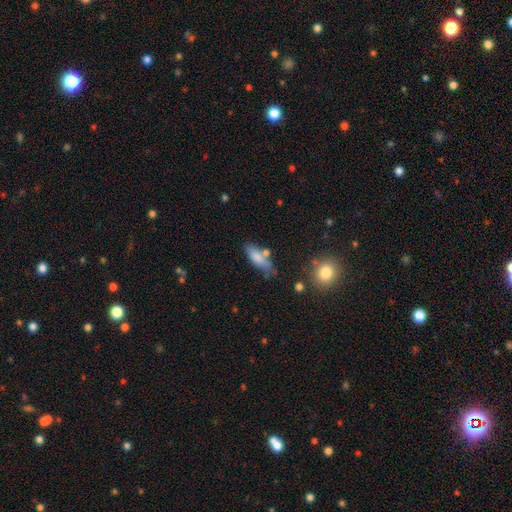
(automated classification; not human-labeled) Smooth or featured? smooth (78%)
How rounded? in between (62%)
Merging? none (61%)